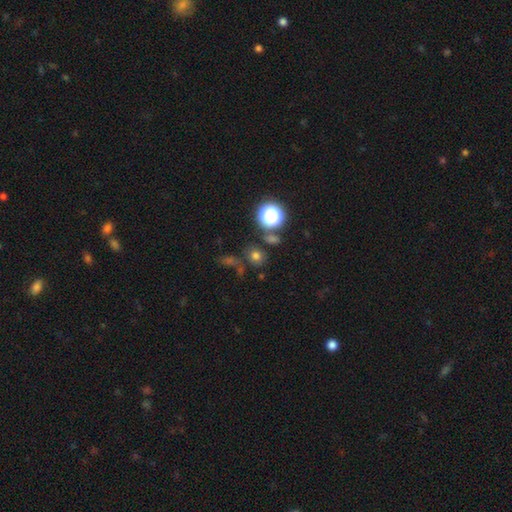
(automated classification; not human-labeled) Q: Smooth or featured?
A: smooth (69%); runner-up: star or artifact (23%)
Q: How rounded?
A: round (78%); runner-up: in between (21%)
Q: Merging?
A: none (74%); runner-up: minor disturbance (11%)